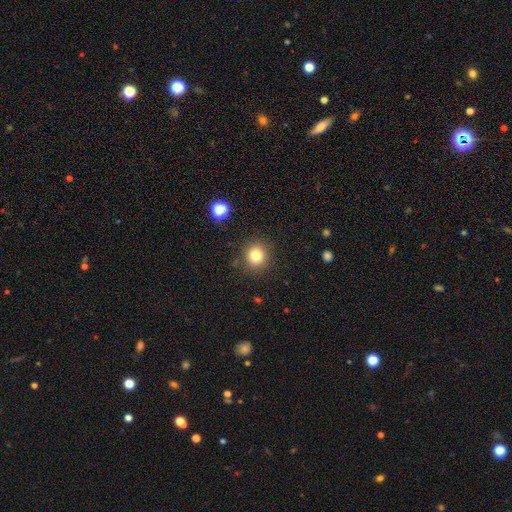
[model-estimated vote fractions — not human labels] This appears to be a smooth galaxy with no disk features (81%) that is round (87%). Merging: none (87%).